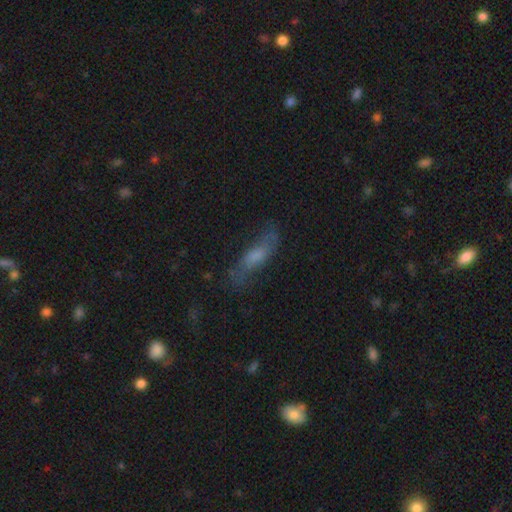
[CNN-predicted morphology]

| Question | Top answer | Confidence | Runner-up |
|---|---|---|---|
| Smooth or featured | featured or disk | 47% | smooth (32%) |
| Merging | none | 71% | minor disturbance (18%) |